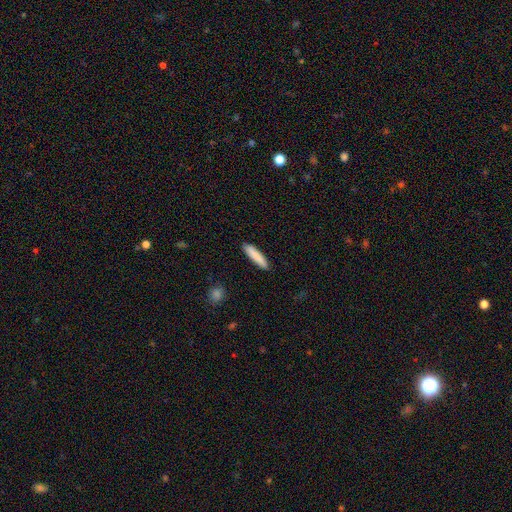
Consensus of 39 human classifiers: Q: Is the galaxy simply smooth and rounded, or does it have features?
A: smooth — 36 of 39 (92%).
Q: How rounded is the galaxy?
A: cigar-shaped — 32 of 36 (89%).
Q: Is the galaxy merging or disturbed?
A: none — 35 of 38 (92%).